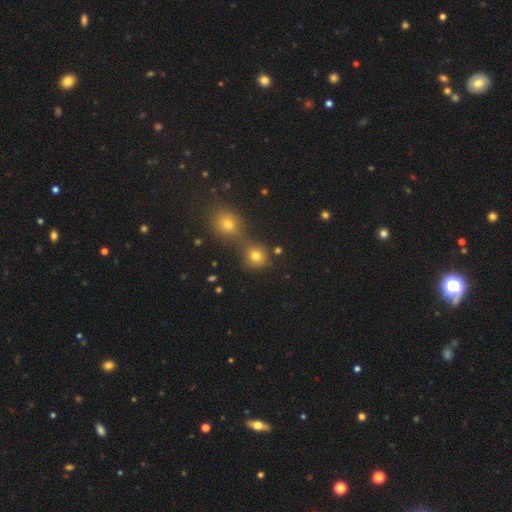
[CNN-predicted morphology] Smooth or featured? Predicted: smooth (p=0.74). How rounded? Predicted: round (p=0.86). Merging? Predicted: none (p=0.53).